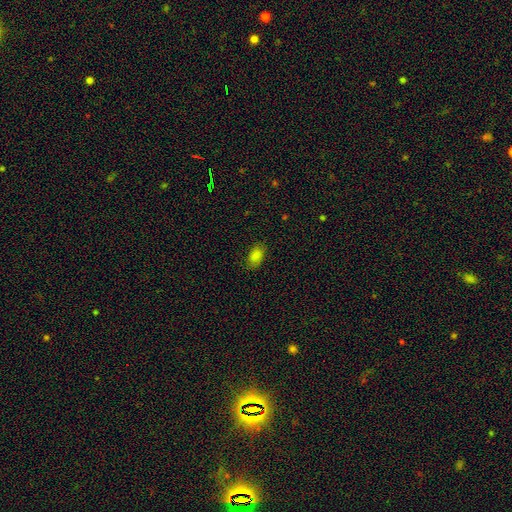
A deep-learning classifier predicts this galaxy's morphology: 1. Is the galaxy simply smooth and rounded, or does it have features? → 84% smooth, 11% star or artifact, 5% featured or disk.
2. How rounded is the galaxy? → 90% in between, 8% round, 2% cigar-shaped.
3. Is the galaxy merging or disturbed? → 81% none, 15% minor disturbance, 3% major disturbance, 1% merger.